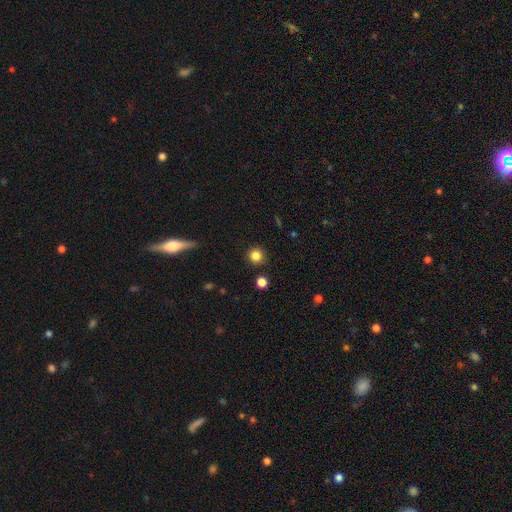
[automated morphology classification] This appears to be a smooth galaxy with no disk features (83%) that is round (94%). Merging: none (90%).